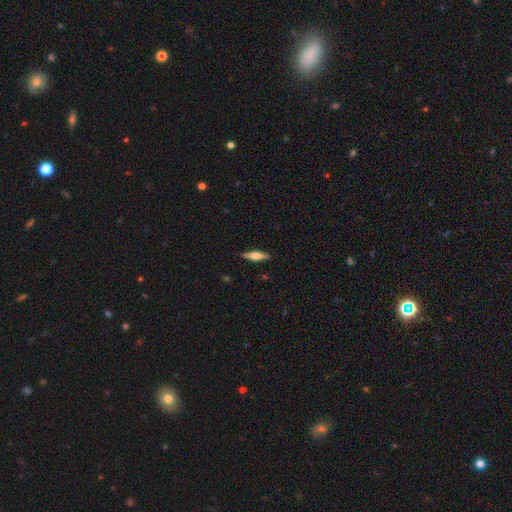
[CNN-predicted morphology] The model was most divided on "smooth or featured": featured or disk: 60%, smooth: 34%, star or artifact: 6%. More confident: edge-on disk — yes (97%); merging — none (89%); edge-on bulge — rounded (84%).